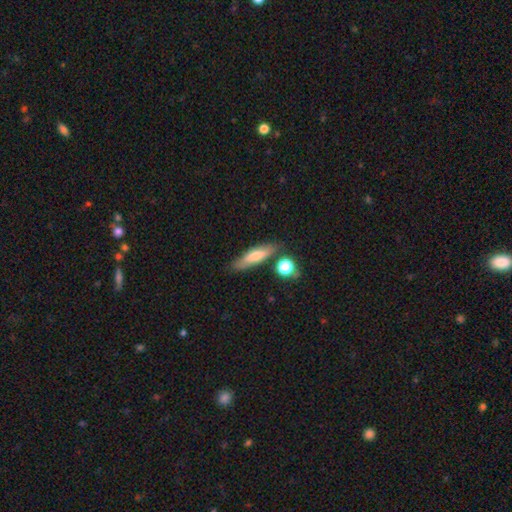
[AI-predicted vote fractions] Q: Smooth or featured?
A: smooth (62%); runner-up: featured or disk (30%)
Q: How rounded?
A: cigar-shaped (70%); runner-up: in between (26%)
Q: Merging?
A: none (75%); runner-up: minor disturbance (14%)